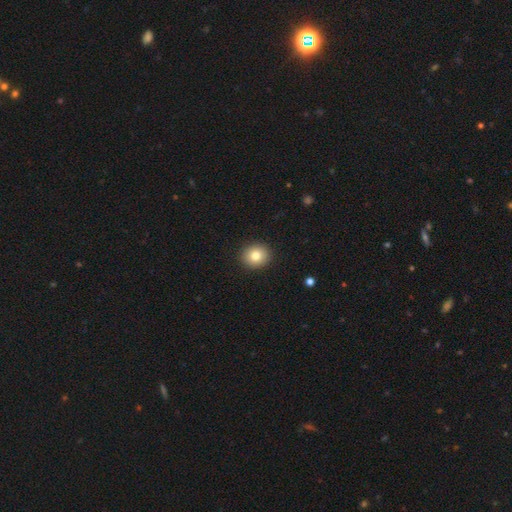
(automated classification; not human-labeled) Q: Smooth or featured?
A: smooth (81%); runner-up: star or artifact (10%)
Q: How rounded?
A: round (80%); runner-up: in between (19%)
Q: Merging?
A: none (92%); runner-up: minor disturbance (6%)